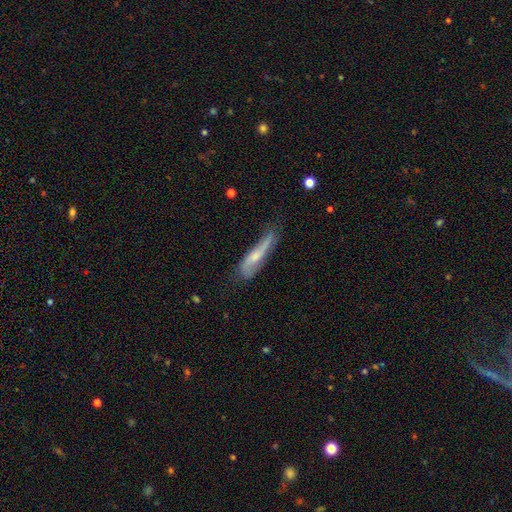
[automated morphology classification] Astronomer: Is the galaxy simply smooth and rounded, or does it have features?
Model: featured or disk — 52% (runner-up: smooth, 42%).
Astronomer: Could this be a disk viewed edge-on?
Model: no — 51% (runner-up: yes, 49%).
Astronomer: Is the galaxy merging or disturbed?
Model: none — 48% (runner-up: minor disturbance, 34%).